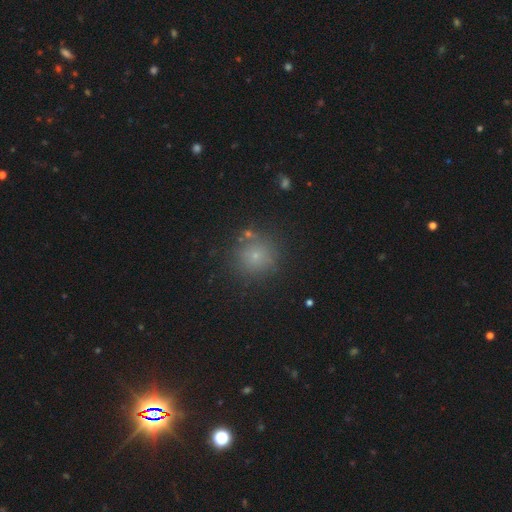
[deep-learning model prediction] Overall: smooth (68%). How rounded: round (94%). Merging: none (83%).